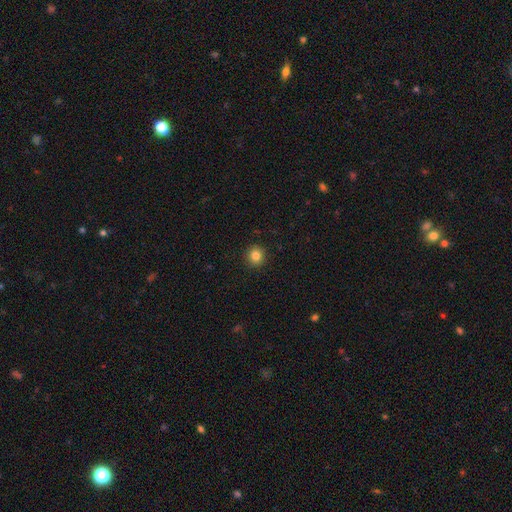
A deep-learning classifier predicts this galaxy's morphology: The model was most divided on "smooth or featured": smooth: 83%, star or artifact: 11%, featured or disk: 5%. More confident: how rounded — round (93%); merging — none (93%).